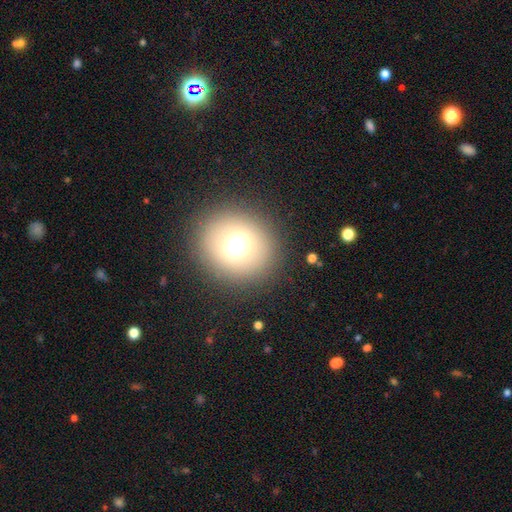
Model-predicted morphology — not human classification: type=smooth (61%); roundness=round (87%); merging=none (86%).